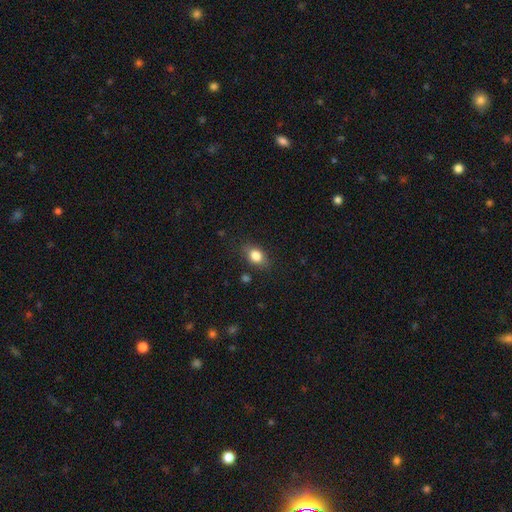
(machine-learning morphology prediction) smooth_or_featured: smooth (p=0.82) [alt: star or artifact p=0.09]
how_rounded: in between (p=0.71) [alt: round p=0.27]
merging: none (p=0.83) [alt: minor disturbance p=0.13]